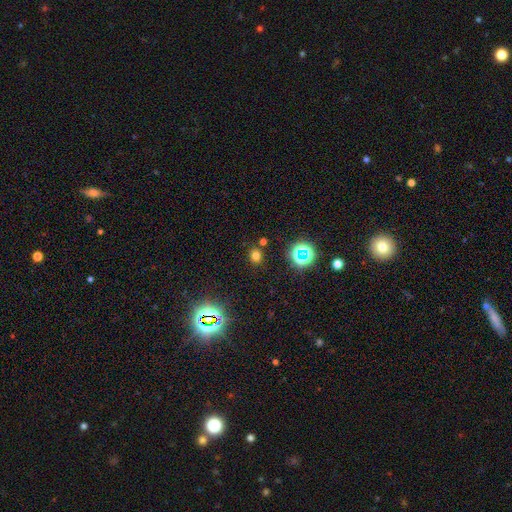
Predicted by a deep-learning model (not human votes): smooth 68%, star or artifact 26%, featured or disk 6%. Down the decision tree: how rounded — round (67%); merging — none (84%).